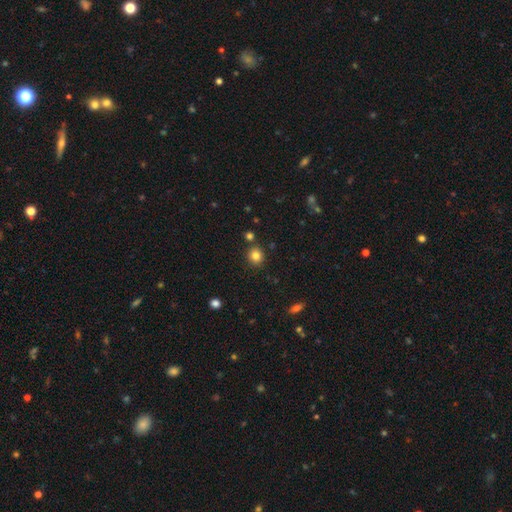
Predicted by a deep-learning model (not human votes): This appears to be a smooth galaxy with no disk features (83%) that is round (80%). Merging: none (83%).